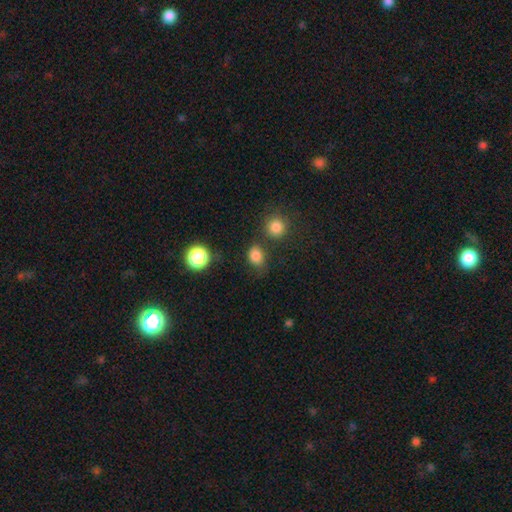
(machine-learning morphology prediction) Smooth or featured? Predicted: smooth (p=0.82). How rounded? Predicted: in between (p=0.51). Merging? Predicted: none (p=0.71).